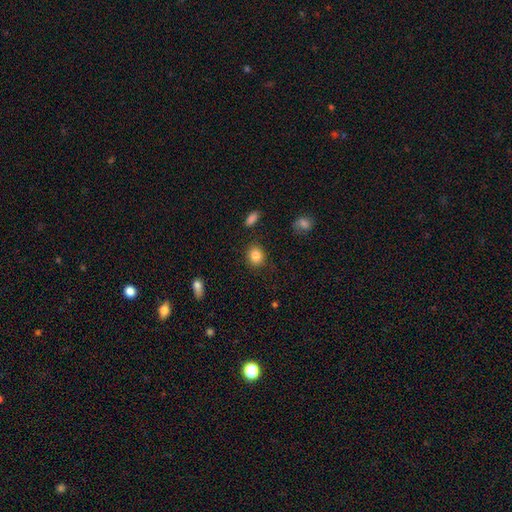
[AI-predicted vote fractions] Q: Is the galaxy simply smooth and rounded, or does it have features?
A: smooth — 86%.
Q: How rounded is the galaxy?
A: round — 71%.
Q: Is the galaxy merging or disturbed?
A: none — 85%.